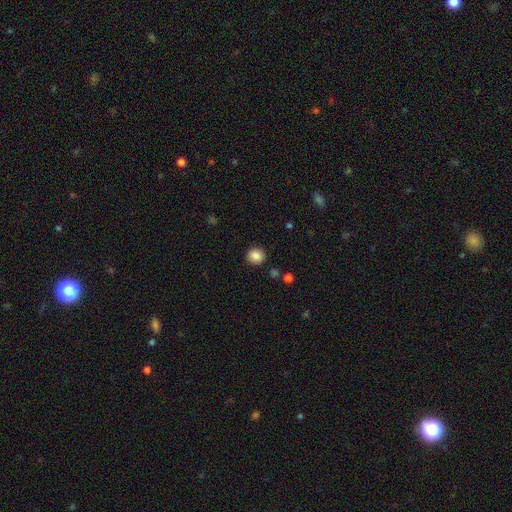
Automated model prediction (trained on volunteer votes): This appears to be a smooth galaxy with no disk features (87%) that is round (83%). Merging: none (89%).